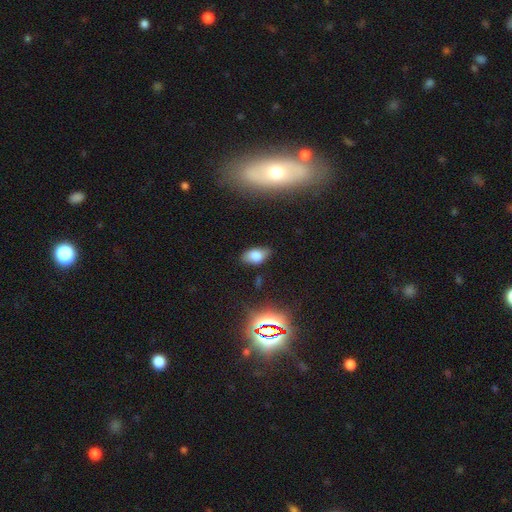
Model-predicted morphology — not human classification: Overall: smooth (73%). How rounded: in between (91%). Merging: none (77%).